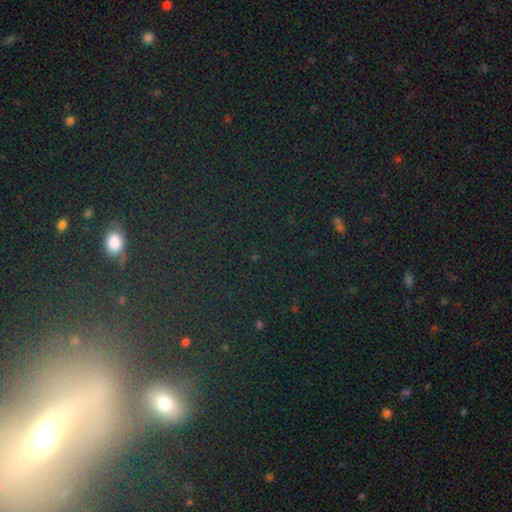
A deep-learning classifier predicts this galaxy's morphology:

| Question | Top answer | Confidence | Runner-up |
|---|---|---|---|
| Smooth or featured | star or artifact | 52% | smooth (29%) |